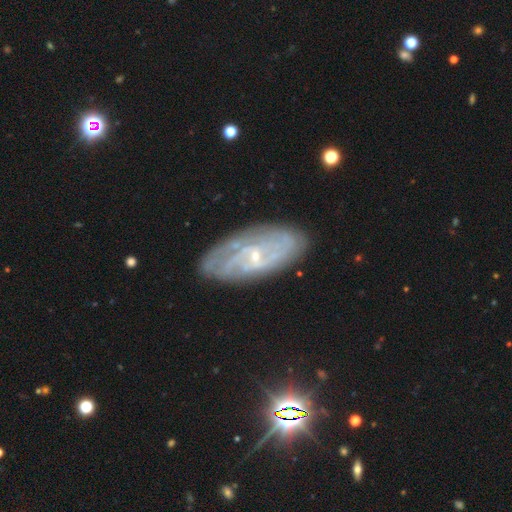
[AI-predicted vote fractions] Smooth or featured? featured or disk (79%)
Edge-on disk? no (93%)
Bar? no (46%)
Spiral arms? yes (89%)
Spiral winding? tight (51%)
Spiral arm count? can't tell (44%)
Bulge size? small (80%)
Merging? none (77%)